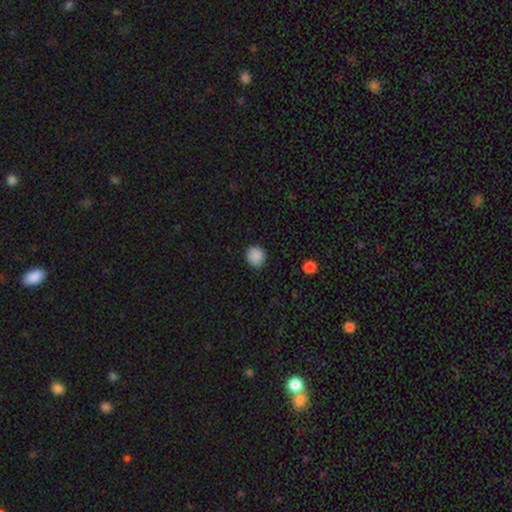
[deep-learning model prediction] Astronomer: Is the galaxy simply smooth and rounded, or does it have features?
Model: smooth — 88%.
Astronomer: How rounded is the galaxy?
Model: round — 90%.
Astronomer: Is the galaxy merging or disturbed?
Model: none — 90%.